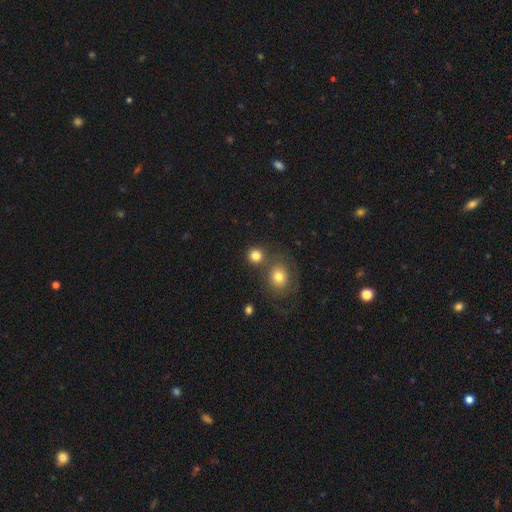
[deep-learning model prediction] smooth_or_featured: smooth (p=0.80) [alt: star or artifact p=0.13]
how_rounded: round (p=0.89) [alt: in between p=0.10]
merging: none (p=0.70) [alt: merger p=0.19]